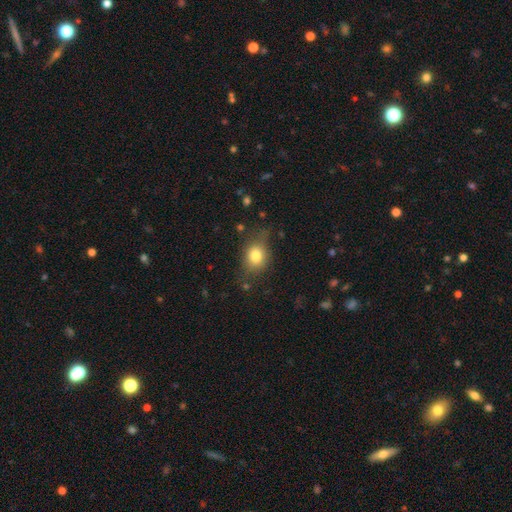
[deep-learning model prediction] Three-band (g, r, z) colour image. It shows a smooth galaxy with no disk features (78%) that is in between round and cigar-shaped (51%). Merging: none (66%).